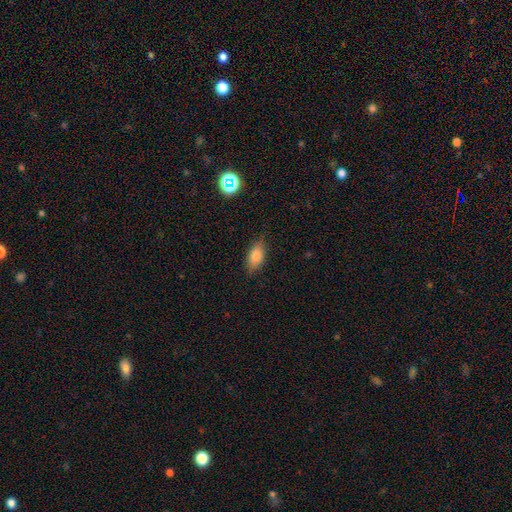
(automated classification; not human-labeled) Smooth or featured? Predicted: smooth (p=0.79). How rounded? Predicted: in between (p=0.86). Merging? Predicted: none (p=0.78).